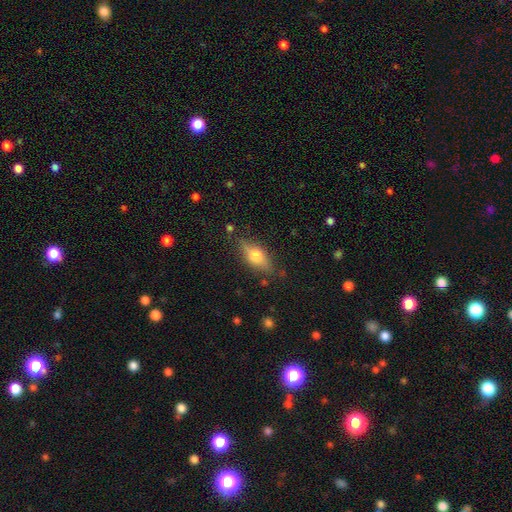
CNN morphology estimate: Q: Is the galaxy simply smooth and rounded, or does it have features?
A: smooth — 55%.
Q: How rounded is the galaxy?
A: in between — 71%.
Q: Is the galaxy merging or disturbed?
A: none — 78%.